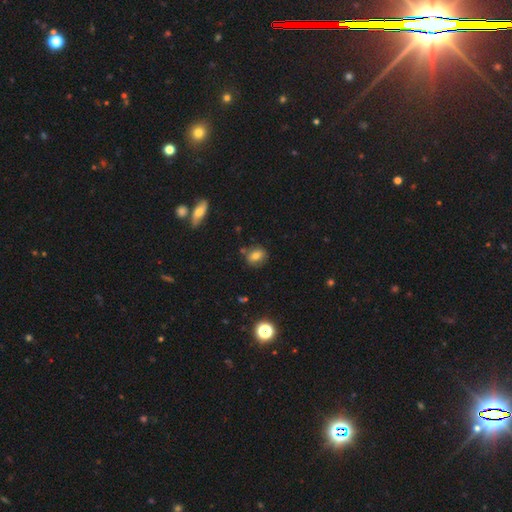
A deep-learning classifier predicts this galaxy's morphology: Smooth or featured: smooth — 76% (star or artifact — 12%)
How rounded: round — 50% (in between — 48%)
Merging: none — 76% (minor disturbance — 14%)